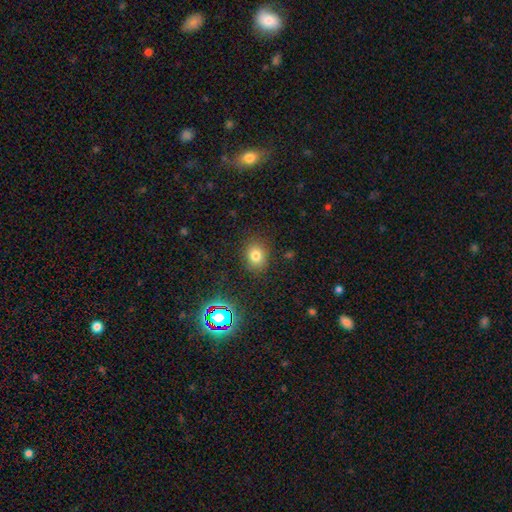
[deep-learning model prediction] A smooth galaxy with no disk features (75%) that is round (60%).

Vote fractions:
- Smooth or featured? smooth: 75% / star or artifact: 17% / featured or disk: 8%
- How rounded? round: 60% / in between: 39% / cigar-shaped: 1%
- Merging? none: 85% / minor disturbance: 10% / major disturbance: 3% / merger: 2%